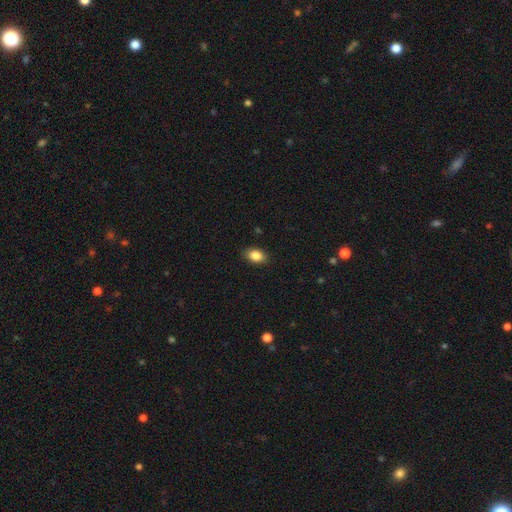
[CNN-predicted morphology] smooth-or-featured: smooth: 87% | star or artifact: 8% | featured or disk: 5%
  how-rounded: in between: 86% | round: 13% | cigar-shaped: 2%
  merging: none: 88% | minor disturbance: 9% | major disturbance: 2% | merger: 1%